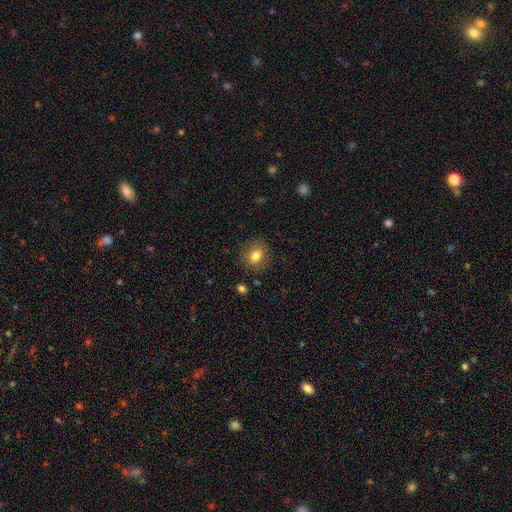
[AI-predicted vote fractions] smooth-or-featured: smooth: 79% | featured or disk: 11% | star or artifact: 10%
  how-rounded: round: 74% | in between: 25% | cigar-shaped: 1%
  merging: none: 86% | minor disturbance: 10% | major disturbance: 3% | merger: 1%